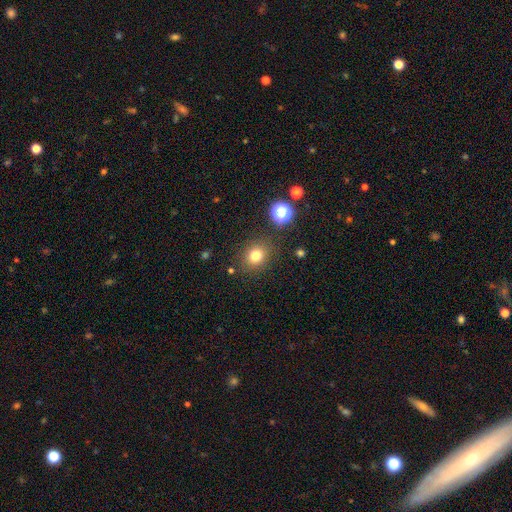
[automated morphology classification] A smooth galaxy with no disk features (78%) that is round (69%). Merging: none (84%).